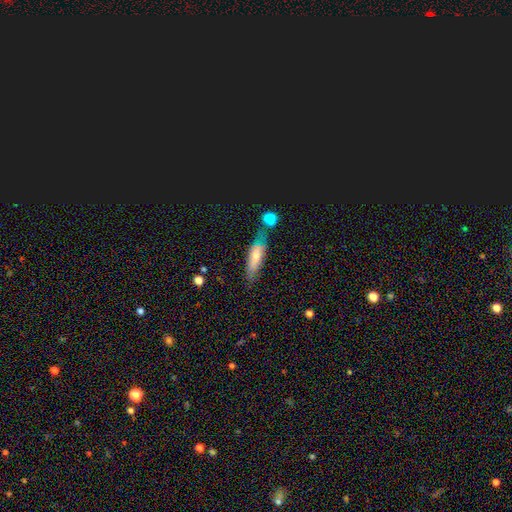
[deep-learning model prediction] smooth_or_featured: smooth (p=0.51) [alt: featured or disk p=0.36]
how_rounded: cigar-shaped (p=0.60) [alt: in between p=0.36]
merging: none (p=0.63) [alt: minor disturbance p=0.21]